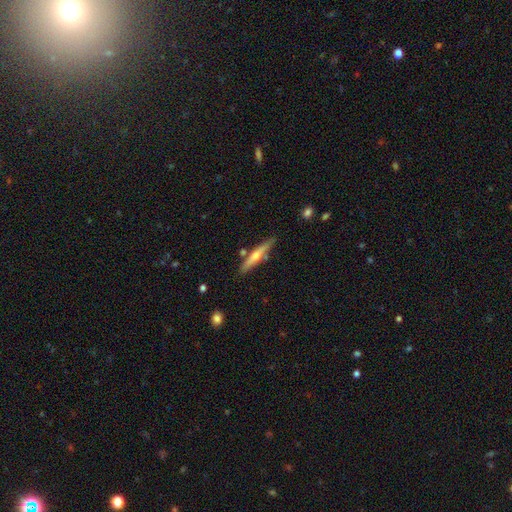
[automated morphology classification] featured or disk 61%, smooth 33%, star or artifact 6%. Down the decision tree: edge-on disk — yes (95%); edge-on bulge — rounded (86%); merging — none (83%).